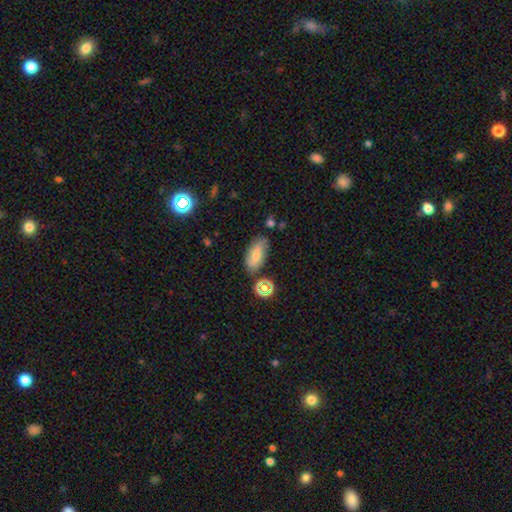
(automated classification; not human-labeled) Smooth or featured? Predicted: smooth (p=0.71). How rounded? Predicted: in between (p=0.83). Merging? Predicted: none (p=0.72).